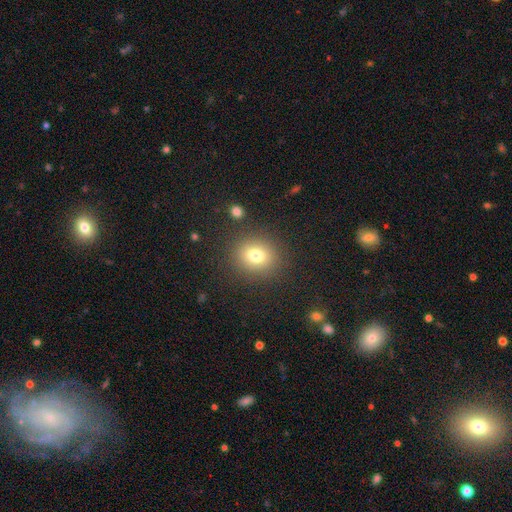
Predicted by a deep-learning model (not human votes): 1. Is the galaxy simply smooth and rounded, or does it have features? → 76% smooth, 14% star or artifact, 10% featured or disk.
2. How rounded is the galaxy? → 78% round, 21% in between, 1% cigar-shaped.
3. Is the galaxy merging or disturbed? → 86% none, 8% minor disturbance, 4% major disturbance, 2% merger.